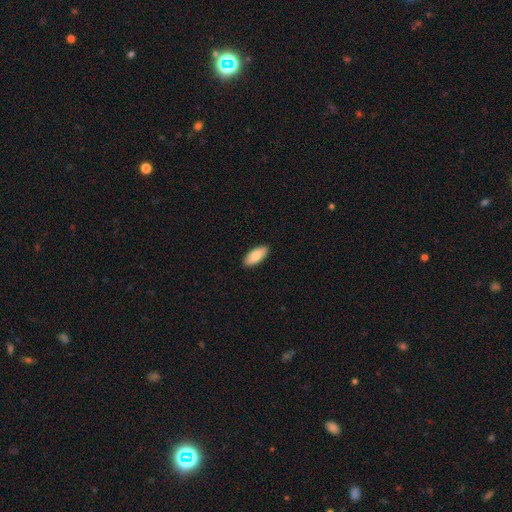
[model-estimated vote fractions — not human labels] Morphology: type=smooth (84%); roundness=in between (89%); merging=none (90%).